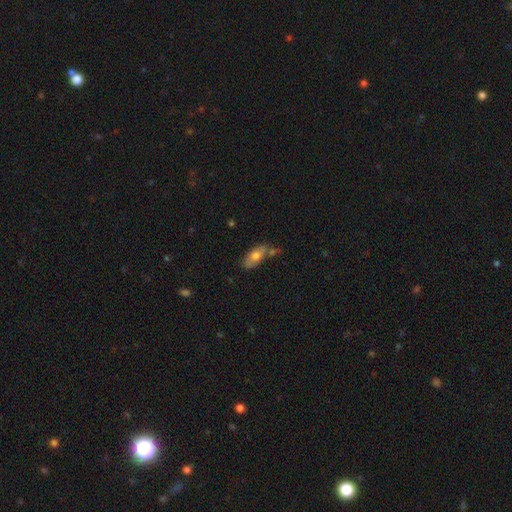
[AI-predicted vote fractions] Smooth or featured? Predicted: smooth (p=0.71). How rounded? Predicted: in between (p=0.84). Merging? Predicted: none (p=0.58).